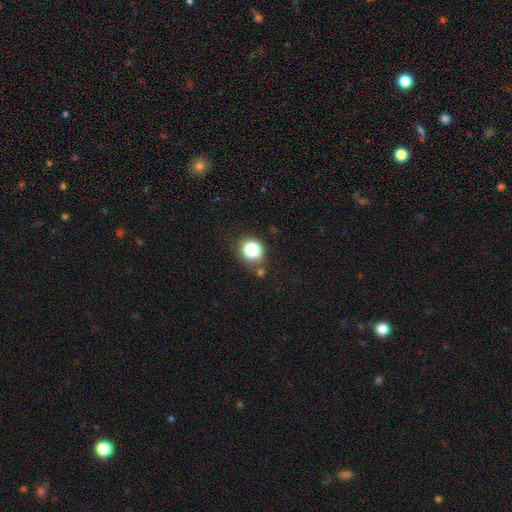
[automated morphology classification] smooth 79%, star or artifact 15%, featured or disk 6%. Down the decision tree: how rounded — round (79%); merging — none (76%).